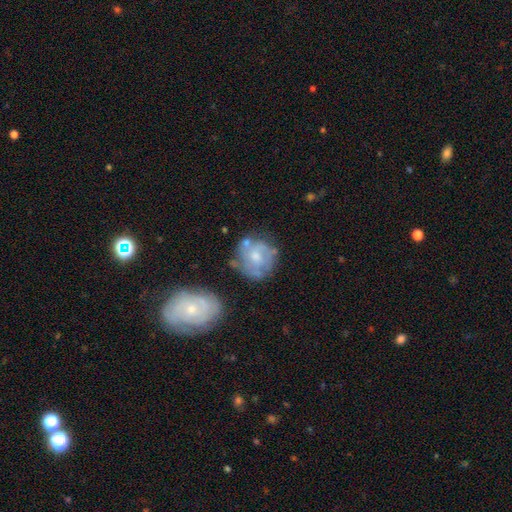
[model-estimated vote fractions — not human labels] Overall: featured or disk (58%; smooth 35%). Edge-on disk: no (97%). Bar: no (71%). Spiral arms: yes (61%; no 39%). Bulge size: moderate (56%; small 33%). Merging: none (58%; minor disturbance 22%).